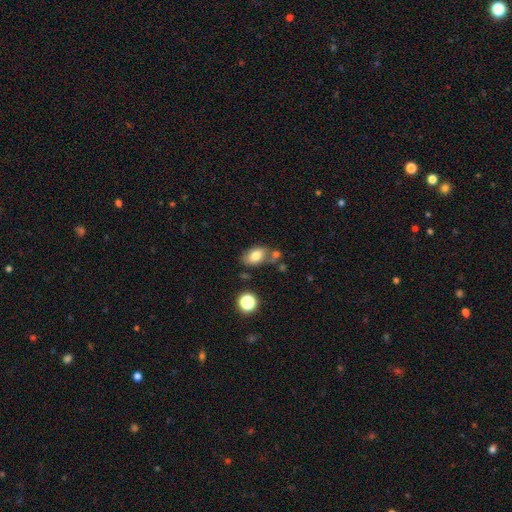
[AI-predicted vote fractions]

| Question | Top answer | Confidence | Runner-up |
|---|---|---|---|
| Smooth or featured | smooth | 76% | featured or disk (14%) |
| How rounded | in between | 89% | round (9%) |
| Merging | none | 58% | minor disturbance (18%) |